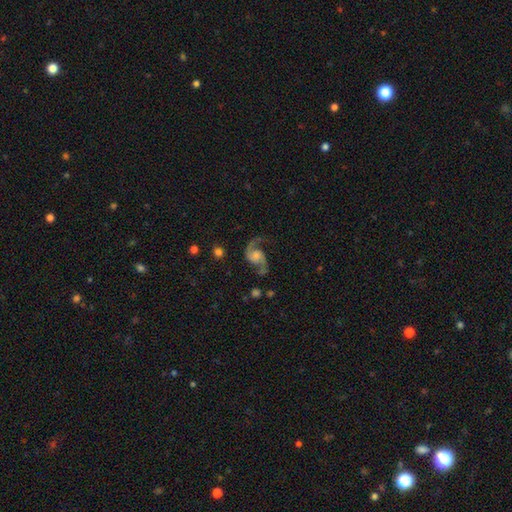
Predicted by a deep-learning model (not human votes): Smooth or featured? Predicted: featured or disk (p=0.88). Edge-on disk? Predicted: no (p=0.98). Bar? Predicted: no (p=0.63). Spiral arms? Predicted: yes (p=0.97). Spiral winding? Predicted: loose (p=0.52). Spiral arm count? Predicted: 2 (p=0.92). Bulge size? Predicted: moderate (p=0.41). Merging? Predicted: none (p=0.69).